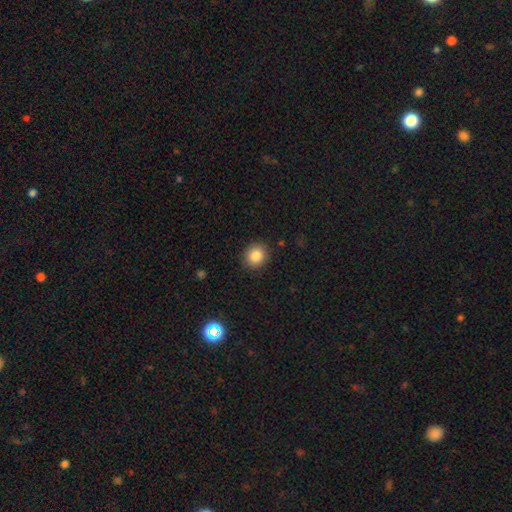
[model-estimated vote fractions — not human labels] smooth-or-featured: smooth: 84% | star or artifact: 10% | featured or disk: 6%
  how-rounded: round: 83% | in between: 17% | cigar-shaped: 1%
  merging: none: 89% | minor disturbance: 7% | major disturbance: 2% | merger: 1%